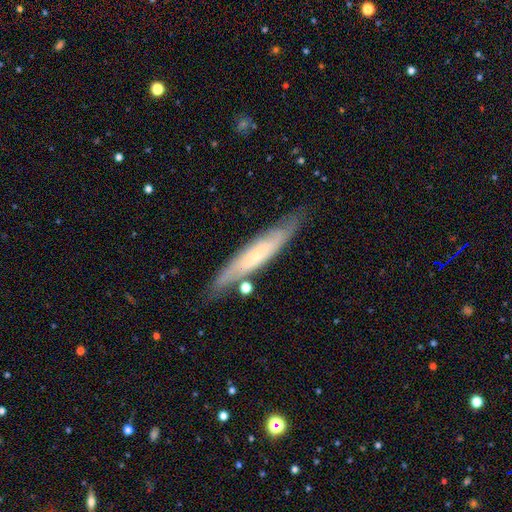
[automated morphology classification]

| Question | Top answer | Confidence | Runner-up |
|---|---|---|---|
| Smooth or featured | featured or disk | 62% | smooth (32%) |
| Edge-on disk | yes | 53% | no (47%) |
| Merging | none | 77% | minor disturbance (15%) |